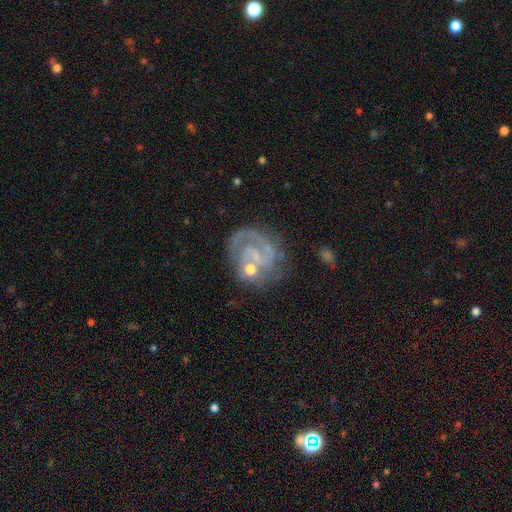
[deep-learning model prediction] Smooth or featured?
  - featured or disk: 77% *
  - smooth: 13%
  - star or artifact: 10%
Edge-on disk?
  - no: 98% *
  - yes: 2%
Bar?
  - no: 53% *
  - weak: 36%
  - strong: 11%
Spiral arms?
  - yes: 87% *
  - no: 13%
Spiral winding?
  - tight: 52% *
  - medium: 35%
  - loose: 13%
Spiral arm count?
  - 2: 34% *
  - 1: 32%
  - can't tell: 18%
  - 3: 9%
  - 4: 3%
  - more than 4: 3%
Bulge size?
  - small: 55% *
  - moderate: 26%
  - none: 15%
  - large: 3%
  - dominant: 2%
Merging?
  - none: 58% *
  - minor disturbance: 17%
  - major disturbance: 16%
  - merger: 9%